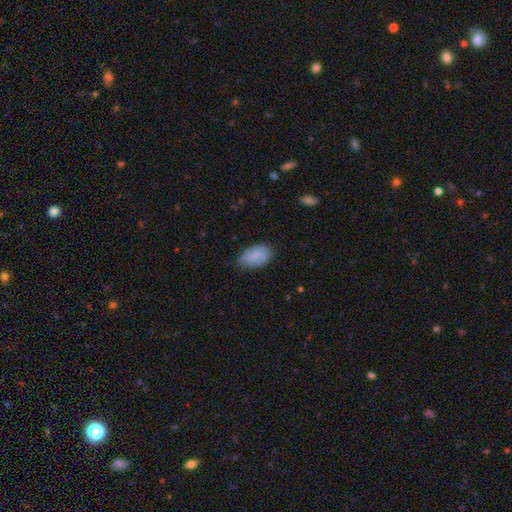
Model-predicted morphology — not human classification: Smooth or featured? smooth (79%)
How rounded? in between (93%)
Merging? none (69%)